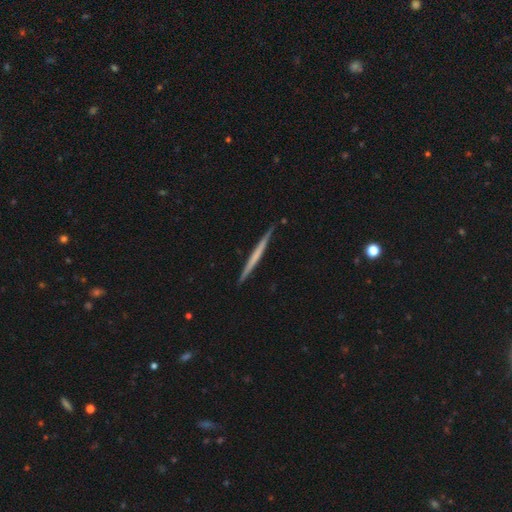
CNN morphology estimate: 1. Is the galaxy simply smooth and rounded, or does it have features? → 55% featured or disk, 40% smooth, 5% star or artifact.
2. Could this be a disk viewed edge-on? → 98% yes, 2% no.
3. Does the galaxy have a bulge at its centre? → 89% none, 7% rounded, 4% boxy.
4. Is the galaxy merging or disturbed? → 91% none, 7% minor disturbance, 1% major disturbance, 1% merger.